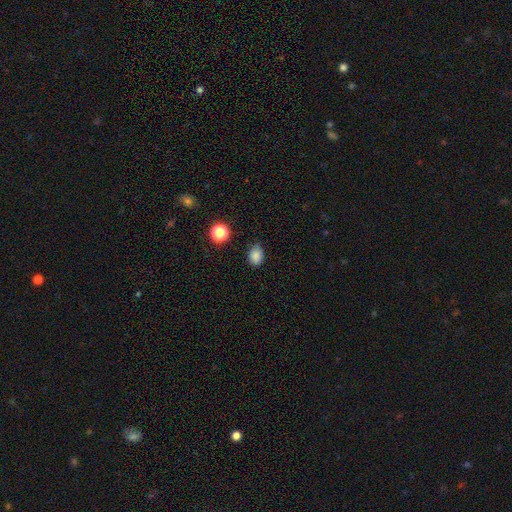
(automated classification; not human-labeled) Overall: smooth (84%). How rounded: in between (63%; round 36%). Merging: none (73%).